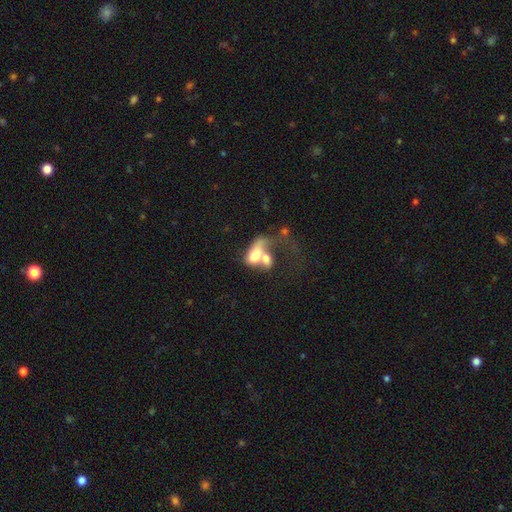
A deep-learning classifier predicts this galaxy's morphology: Smooth or featured: smooth — 60% (featured or disk — 32%)
How rounded: in between — 83% (round — 12%)
Merging: merger — 70% (major disturbance — 16%)